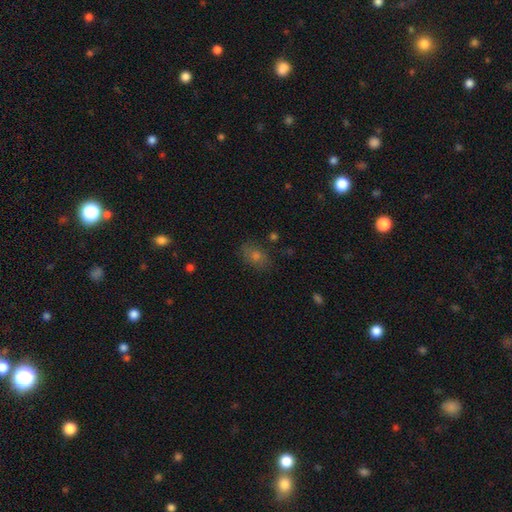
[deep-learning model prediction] Smooth or featured? smooth (55%)
How rounded? in between (63%)
Merging? none (78%)